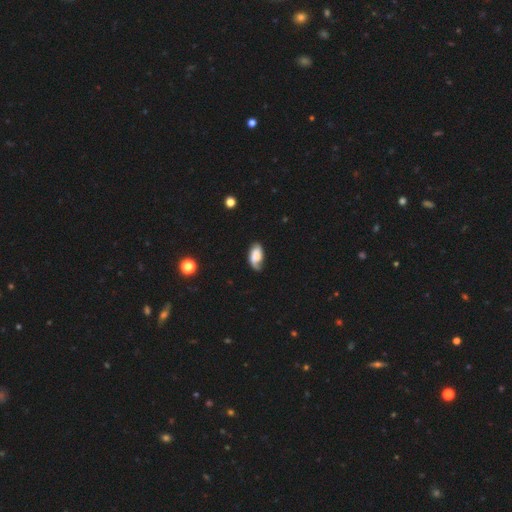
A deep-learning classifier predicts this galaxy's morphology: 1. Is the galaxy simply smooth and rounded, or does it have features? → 58% smooth, 33% featured or disk, 8% star or artifact.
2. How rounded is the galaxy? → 92% in between, 4% round, 4% cigar-shaped.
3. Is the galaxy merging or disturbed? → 47% none, 35% minor disturbance, 15% major disturbance, 3% merger.